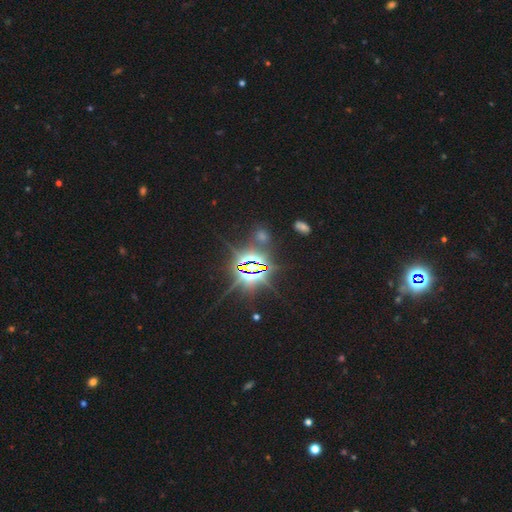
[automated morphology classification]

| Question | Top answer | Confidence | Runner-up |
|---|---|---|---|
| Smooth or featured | star or artifact | 85% | smooth (9%) |